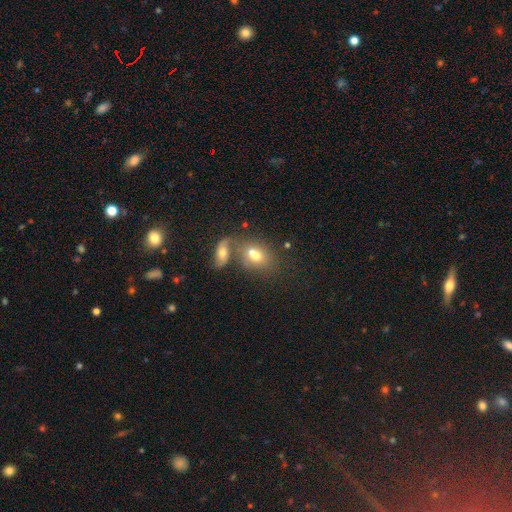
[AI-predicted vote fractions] Smooth or featured? smooth (69%)
How rounded? in between (79%)
Merging? merger (48%)